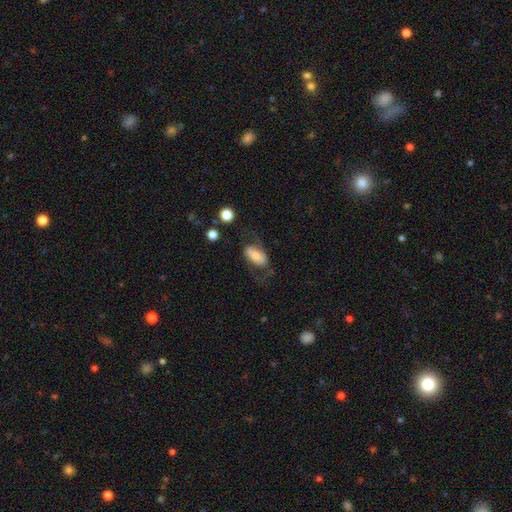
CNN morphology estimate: smooth 57%, featured or disk 35%, star or artifact 8%. Down the decision tree: how rounded — in between (89%); merging — none (51%).